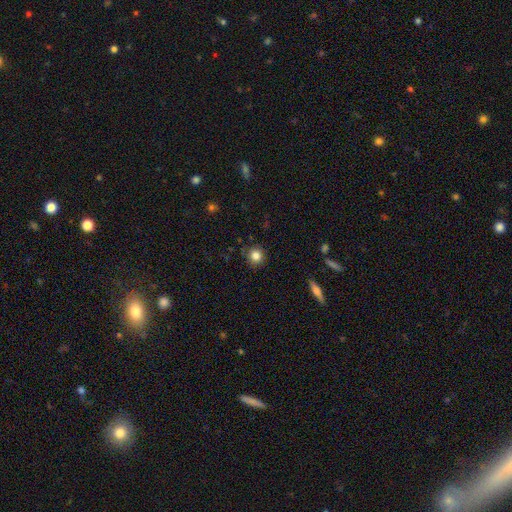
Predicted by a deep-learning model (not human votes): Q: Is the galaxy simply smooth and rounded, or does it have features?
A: smooth — 83%.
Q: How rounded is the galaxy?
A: round — 93%.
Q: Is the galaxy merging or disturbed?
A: none — 88%.